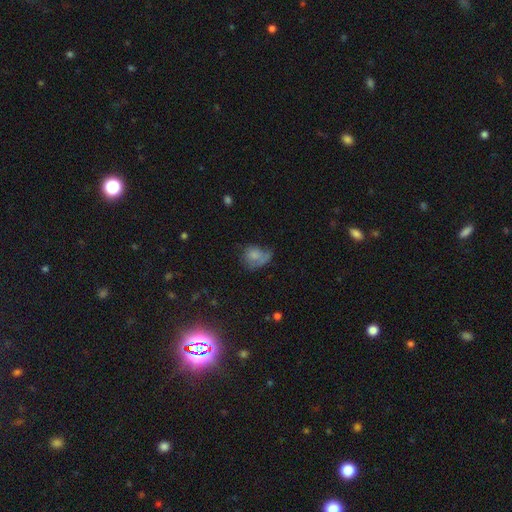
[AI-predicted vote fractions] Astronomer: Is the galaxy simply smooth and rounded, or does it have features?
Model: smooth — 69%.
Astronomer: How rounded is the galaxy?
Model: round — 49%, tied with in between at 49%.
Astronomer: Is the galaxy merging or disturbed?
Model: none — 32% (runner-up: minor disturbance, 30%).